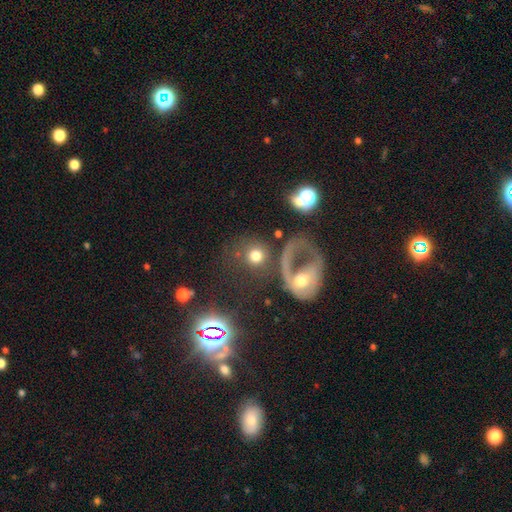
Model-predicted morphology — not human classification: smooth 66%, featured or disk 22%, star or artifact 12%. Down the decision tree: how rounded — round (85%); merging — none (43%).